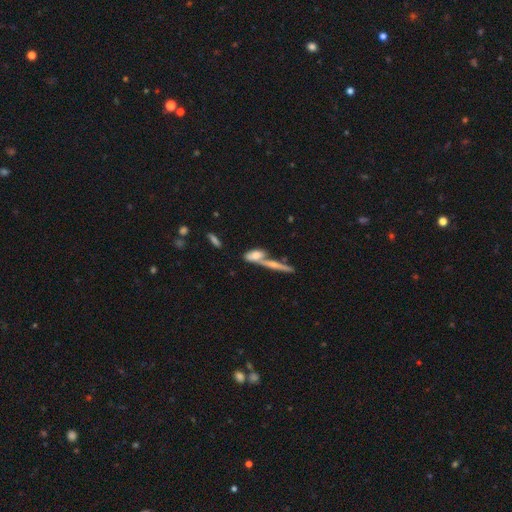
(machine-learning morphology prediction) A smooth galaxy with no disk features (53%) that is in between round and cigar-shaped (50%). Merging: merger (45%).